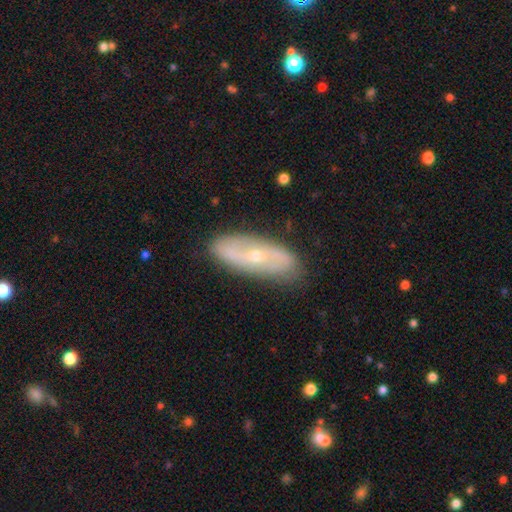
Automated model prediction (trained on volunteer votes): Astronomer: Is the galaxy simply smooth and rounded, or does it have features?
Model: featured or disk — 68%.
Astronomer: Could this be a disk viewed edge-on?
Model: no — 84%.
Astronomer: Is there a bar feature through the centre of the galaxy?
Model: no — 57%.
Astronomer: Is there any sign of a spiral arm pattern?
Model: yes — 73%.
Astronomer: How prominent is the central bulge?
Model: small — 65%.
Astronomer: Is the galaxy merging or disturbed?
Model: none — 83%.